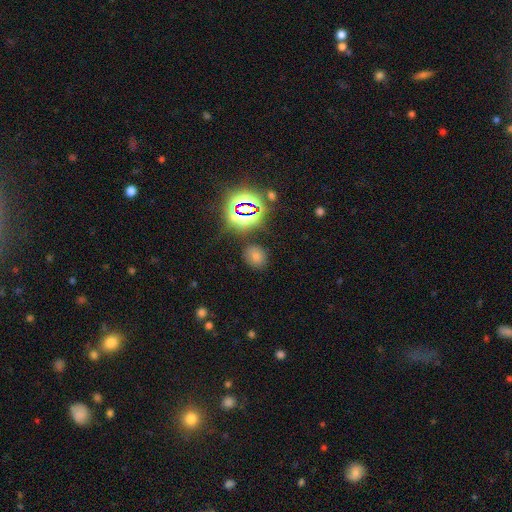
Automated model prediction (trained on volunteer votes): This appears to be a smooth galaxy with no disk features (65%) that is round (67%). Merging: none (81%).